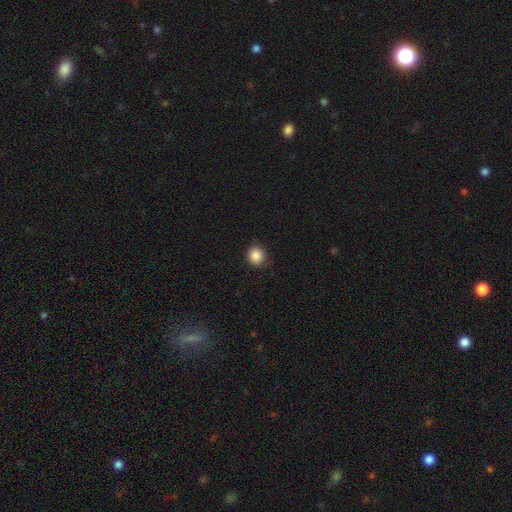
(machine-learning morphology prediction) A smooth galaxy with no disk features (87%) that is round (86%). Merging: none (79%).